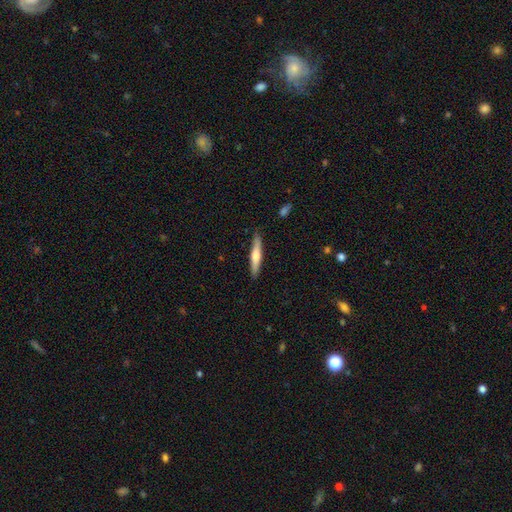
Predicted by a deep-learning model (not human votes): The model was most divided on "smooth or featured": smooth: 49%, featured or disk: 46%, star or artifact: 5%. More confident: merging — none (88%).